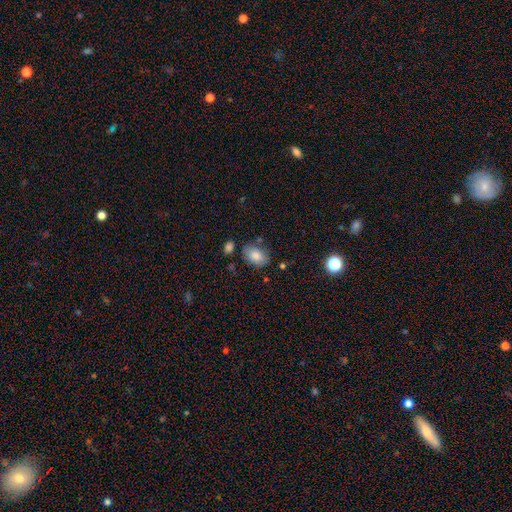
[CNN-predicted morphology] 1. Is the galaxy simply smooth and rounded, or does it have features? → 82% smooth, 10% featured or disk, 8% star or artifact.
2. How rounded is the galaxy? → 83% in between, 16% round, 1% cigar-shaped.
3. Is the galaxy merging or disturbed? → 74% none, 17% minor disturbance, 6% merger, 4% major disturbance.